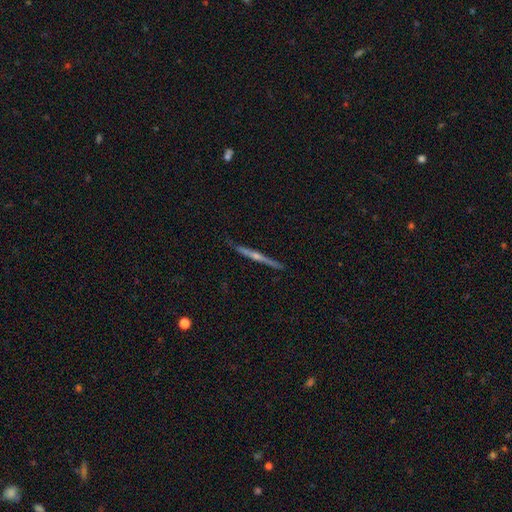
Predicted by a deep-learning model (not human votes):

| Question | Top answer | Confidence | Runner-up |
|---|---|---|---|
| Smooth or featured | featured or disk | 68% | smooth (20%) |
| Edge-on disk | yes | 95% | no (5%) |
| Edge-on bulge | rounded | 62% | none (28%) |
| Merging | none | 87% | minor disturbance (8%) |